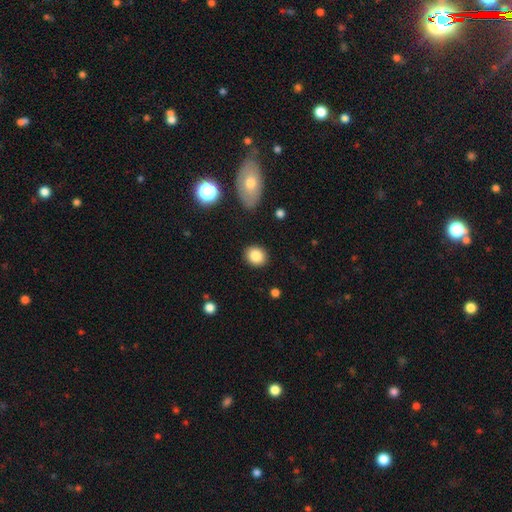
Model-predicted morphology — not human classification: The model was most divided on "how rounded": round: 70%, in between: 29%, cigar-shaped: 1%. More confident: merging — none (89%); smooth or featured — smooth (85%).